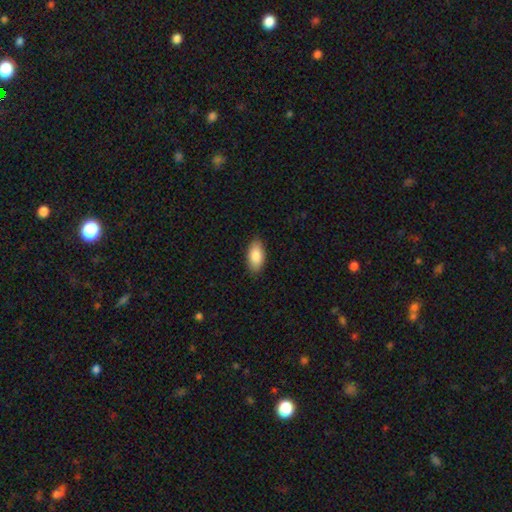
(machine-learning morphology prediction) A smooth galaxy with no disk features (86%) that is in between round and cigar-shaped (93%). Merging: none (88%).